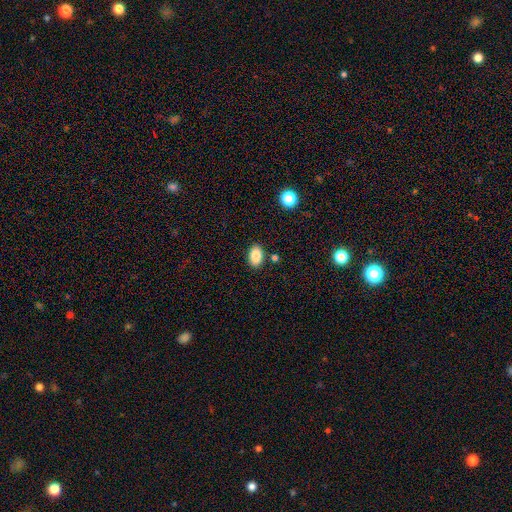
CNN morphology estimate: type=smooth (86%); roundness=in between (88%); merging=none (84%).